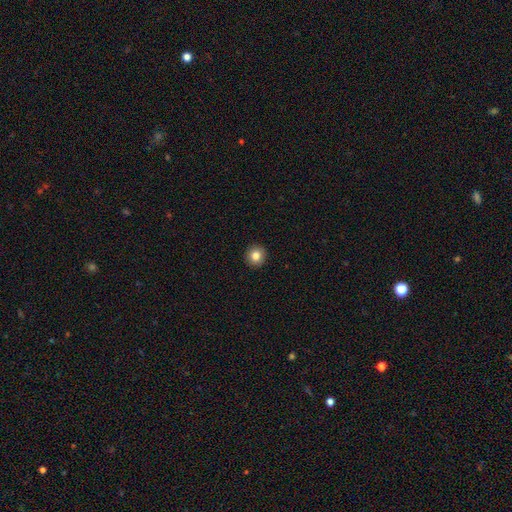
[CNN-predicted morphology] Q: Smooth or featured?
A: smooth (83%); runner-up: star or artifact (10%)
Q: How rounded?
A: round (93%); runner-up: in between (6%)
Q: Merging?
A: none (93%); runner-up: minor disturbance (4%)